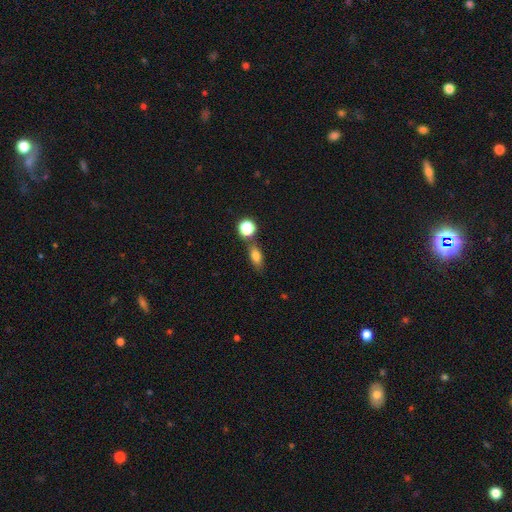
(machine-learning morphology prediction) This is likely a smooth galaxy (75%). How rounded: likely in between (71%). Merging: likely none (69%).